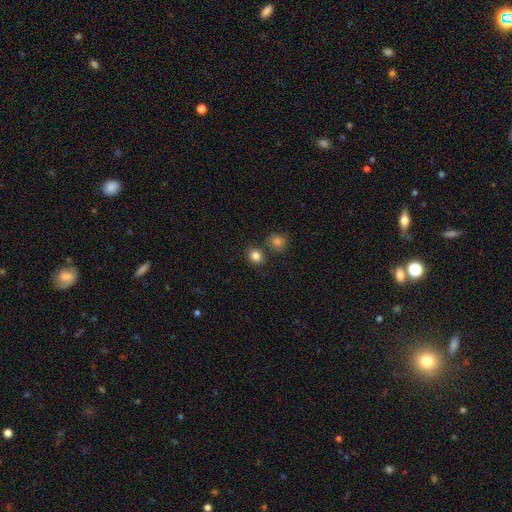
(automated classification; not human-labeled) Morphology: type=smooth (83%); roundness=round (72%); merging=none (74%).